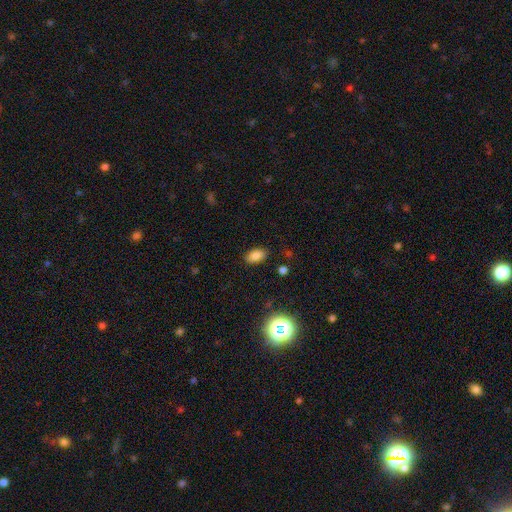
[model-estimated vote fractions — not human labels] smooth 82%, star or artifact 13%, featured or disk 5%. Down the decision tree: how rounded — in between (90%); merging — none (86%).